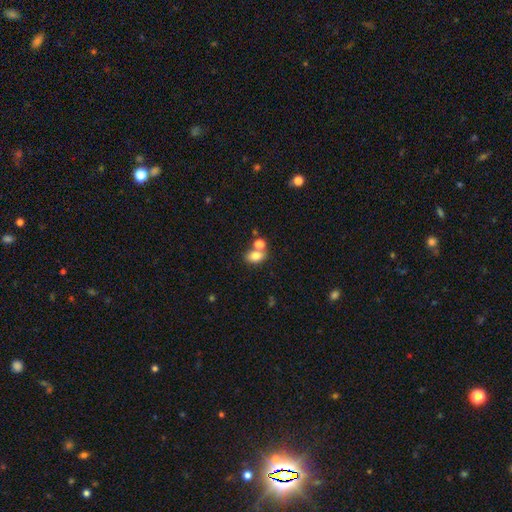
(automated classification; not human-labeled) The model was most divided on "merging": none: 47%, merger: 39%, minor disturbance: 11%, major disturbance: 4%. More confident: smooth or featured — smooth (79%); how rounded — in between (72%).